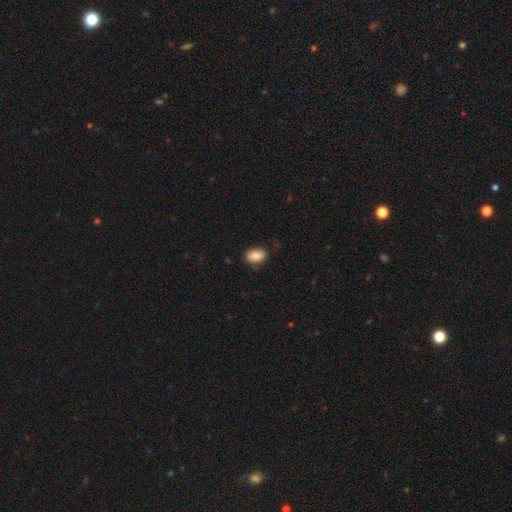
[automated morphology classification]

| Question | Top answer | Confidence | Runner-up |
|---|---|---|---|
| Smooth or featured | smooth | 86% | star or artifact (7%) |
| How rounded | in between | 85% | round (13%) |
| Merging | none | 79% | minor disturbance (17%) |